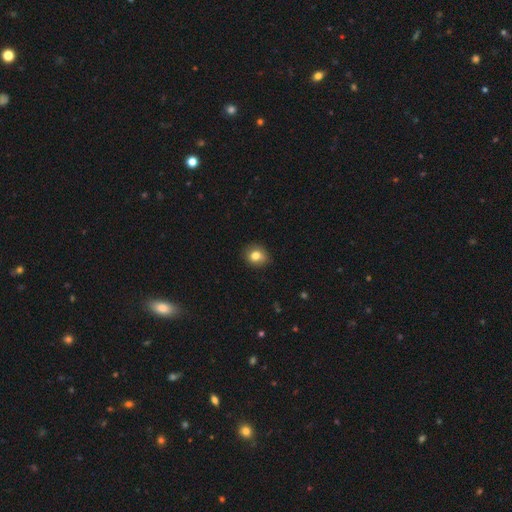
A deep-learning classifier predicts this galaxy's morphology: Overall: smooth (80%). How rounded: round (71%). Merging: none (81%).